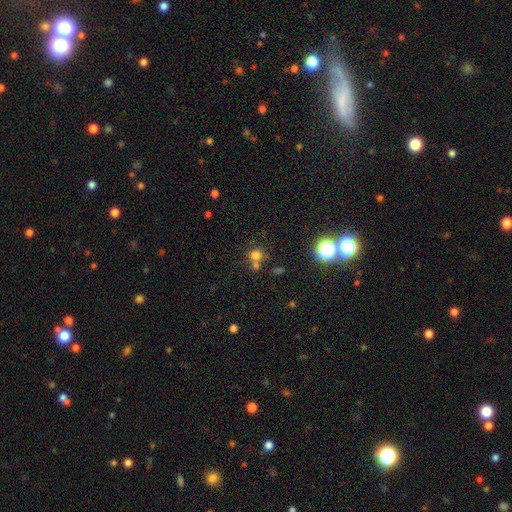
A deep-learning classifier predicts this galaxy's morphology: Q: Smooth or featured?
A: smooth (68%); runner-up: star or artifact (22%)
Q: How rounded?
A: round (85%); runner-up: in between (14%)
Q: Merging?
A: none (51%); runner-up: merger (36%)